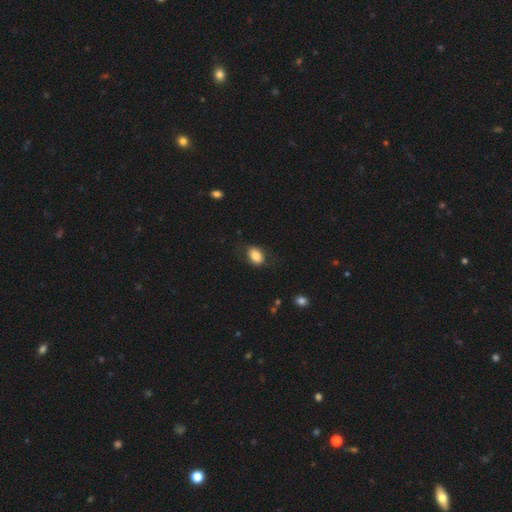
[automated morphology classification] Q: Smooth or featured?
A: smooth (82%); runner-up: featured or disk (10%)
Q: How rounded?
A: in between (79%); runner-up: round (20%)
Q: Merging?
A: none (75%); runner-up: minor disturbance (17%)